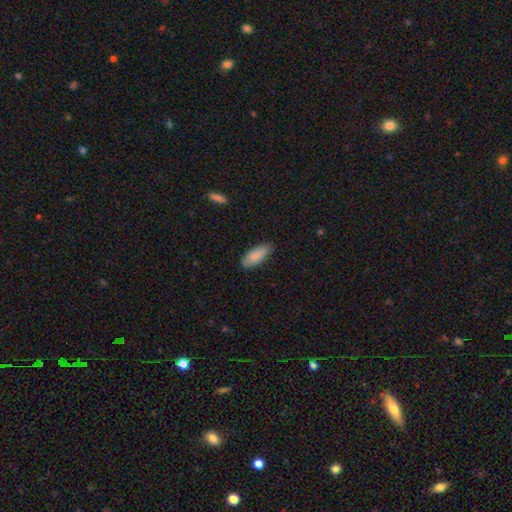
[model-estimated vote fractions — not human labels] smooth 85%, featured or disk 9%, star or artifact 6%. Down the decision tree: how rounded — in between (77%); merging — none (80%).